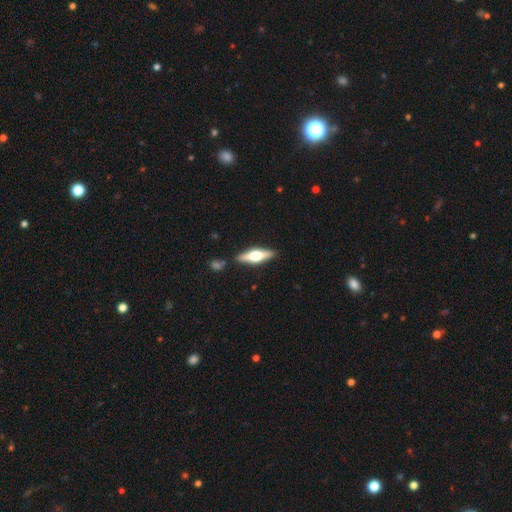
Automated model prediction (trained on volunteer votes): Morphology: type=featured or disk (63%); edge-on=yes (95%); edge-on bulge=rounded (95%); merging=none (86%).